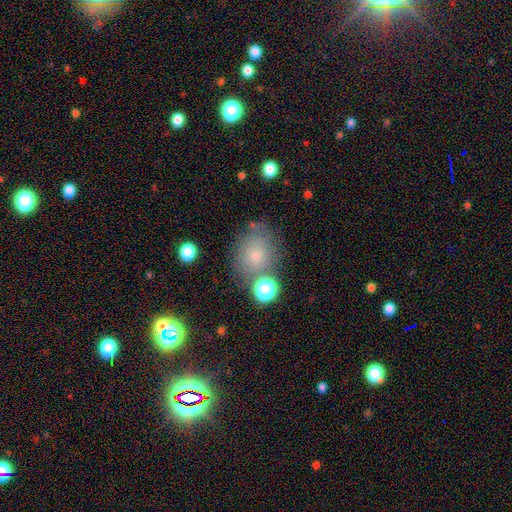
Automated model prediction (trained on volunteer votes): Smooth or featured? Predicted: smooth (p=0.66). How rounded? Predicted: round (p=0.64). Merging? Predicted: none (p=0.67).